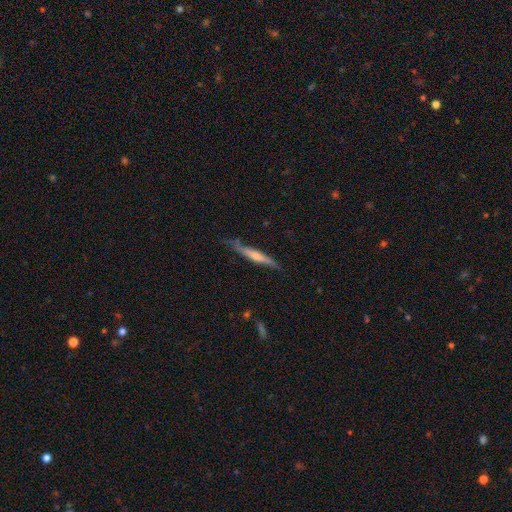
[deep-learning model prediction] A featured or disk galaxy (66%) viewed edge-on (93%) with a rounded central bulge (65%).

Vote fractions:
- Smooth or featured? featured or disk: 66% / smooth: 27% / star or artifact: 7%
- Edge-on disk? yes: 93% / no: 7%
- Edge-on bulge? rounded: 65% / none: 25% / boxy: 10%
- Merging? none: 77% / minor disturbance: 18% / major disturbance: 3% / merger: 2%